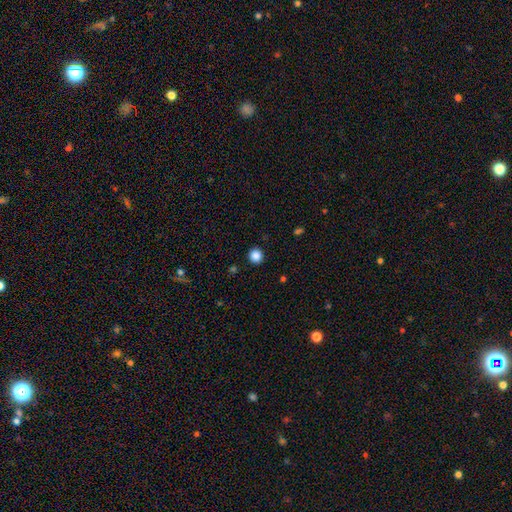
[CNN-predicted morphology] smooth 87%, star or artifact 10%, featured or disk 3%. Down the decision tree: how rounded — round (93%); merging — none (92%).